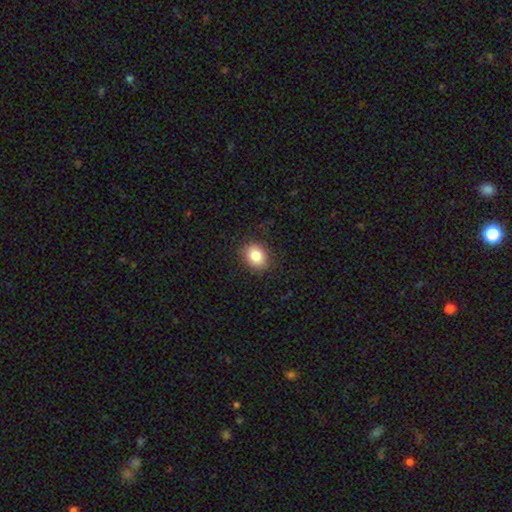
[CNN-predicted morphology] Smooth or featured: smooth — 84% (star or artifact — 9%)
How rounded: round — 50% (in between — 49%)
Merging: none — 86% (minor disturbance — 10%)